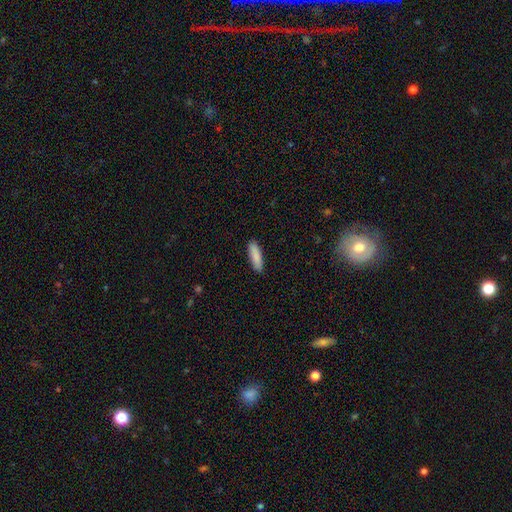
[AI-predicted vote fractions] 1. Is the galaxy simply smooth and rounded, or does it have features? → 88% smooth, 6% featured or disk, 6% star or artifact.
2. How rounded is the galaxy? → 60% cigar-shaped, 38% in between, 1% round.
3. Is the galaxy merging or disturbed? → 88% none, 9% minor disturbance, 2% major disturbance, 1% merger.